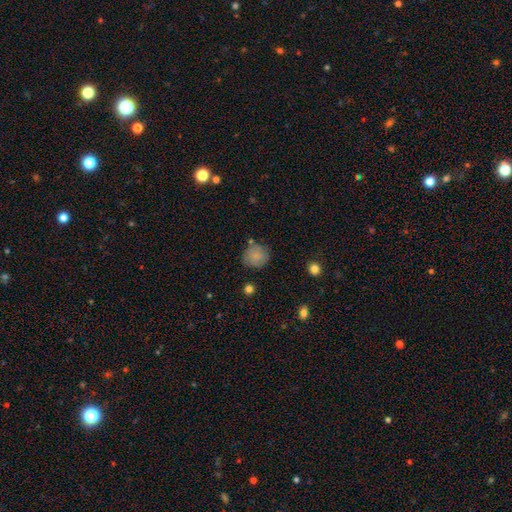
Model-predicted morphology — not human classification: This is likely a smooth galaxy (79%). How rounded: clearly round (85%). Merging: likely none (75%).